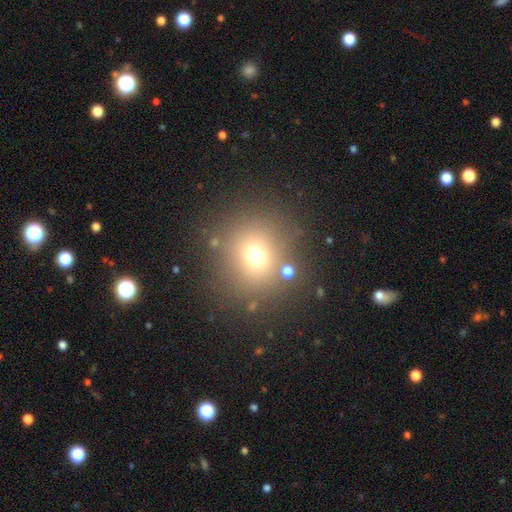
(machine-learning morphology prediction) smooth_or_featured: smooth (p=0.68) [alt: star or artifact p=0.22]
how_rounded: round (p=0.88) [alt: in between p=0.11]
merging: none (p=0.80) [alt: minor disturbance p=0.08]